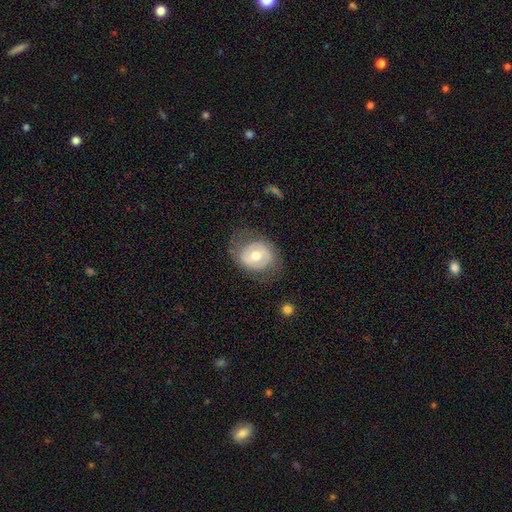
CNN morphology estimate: smooth-or-featured: featured or disk: 53% | smooth: 41% | star or artifact: 7%
  disk-edge-on: no: 95% | yes: 5%
    bar: no: 55% | weak: 32% | strong: 13%
    has-spiral-arms: no: 55% | yes: 45%
    bulge-size: moderate: 71% | small: 23% | large: 5% | none: 1% | dominant: 1%
  merging: none: 64% | minor disturbance: 21% | major disturbance: 14% | merger: 1%